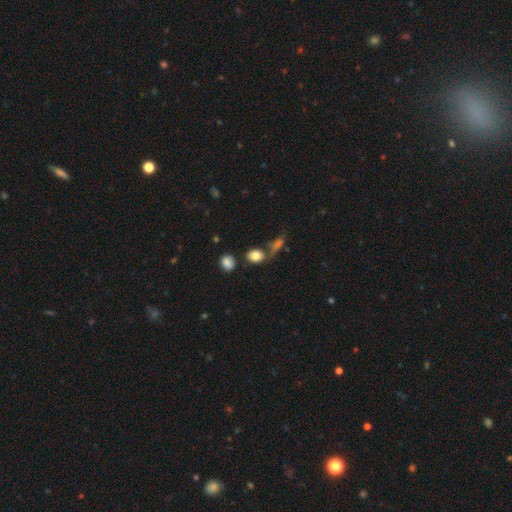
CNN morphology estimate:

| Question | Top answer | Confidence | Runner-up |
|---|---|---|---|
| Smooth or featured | smooth | 83% | star or artifact (10%) |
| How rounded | in between | 52% | round (45%) |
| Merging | none | 59% | merger (20%) |